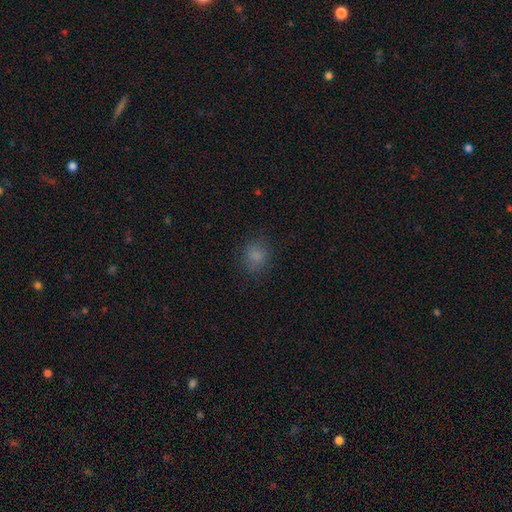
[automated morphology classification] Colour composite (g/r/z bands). It shows a smooth galaxy with no disk features (82%) that is round (72%). Merging: none (83%).